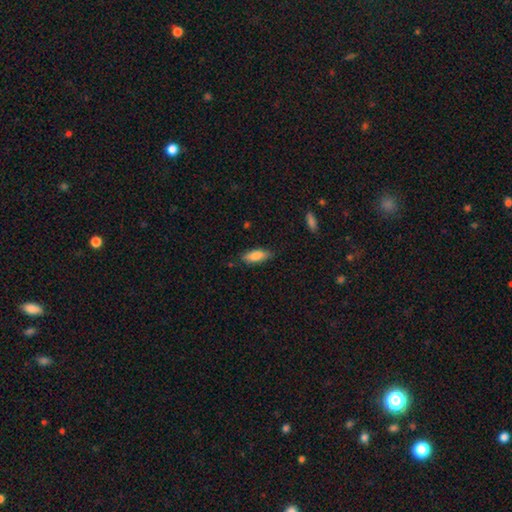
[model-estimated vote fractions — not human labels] The model was most divided on "how rounded": in between: 68%, cigar-shaped: 30%, round: 2%. More confident: smooth or featured — smooth (83%); merging — none (80%).